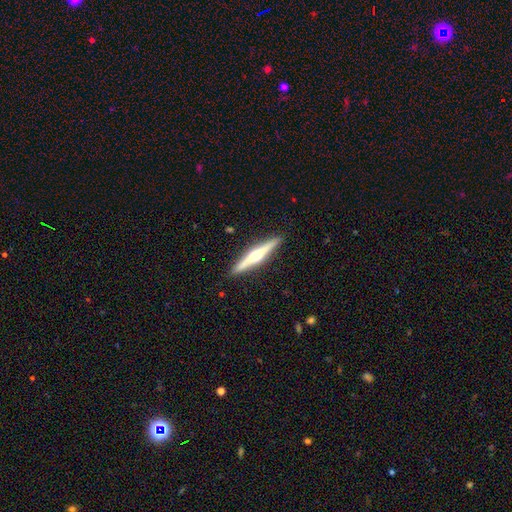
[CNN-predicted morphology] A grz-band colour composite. It shows a featured or disk galaxy (68%) viewed edge-on (98%) with a rounded central bulge (89%). Merging: none (91%).